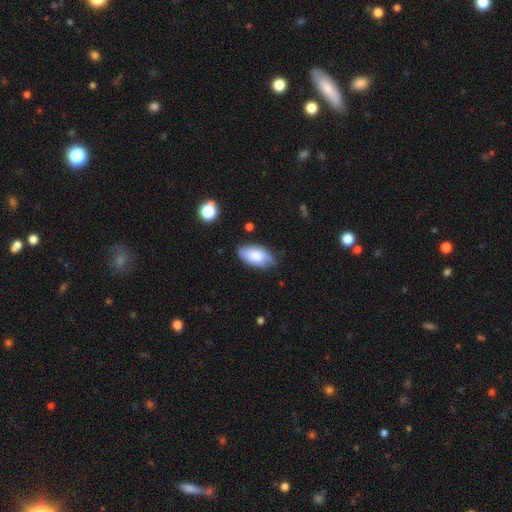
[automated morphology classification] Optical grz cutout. It shows a smooth galaxy with no disk features (75%) that is in between round and cigar-shaped (93%). Merging: none (69%).